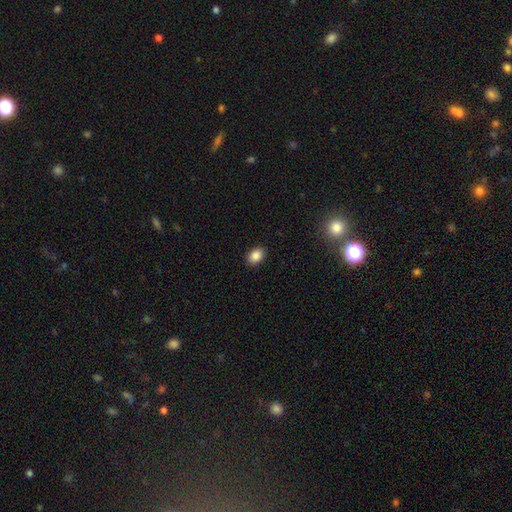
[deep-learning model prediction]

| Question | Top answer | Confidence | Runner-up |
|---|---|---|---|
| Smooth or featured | smooth | 87% | star or artifact (9%) |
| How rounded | in between | 76% | round (23%) |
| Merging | none | 89% | minor disturbance (8%) |